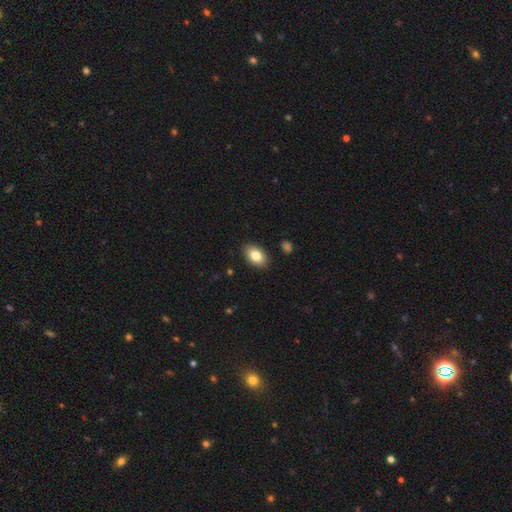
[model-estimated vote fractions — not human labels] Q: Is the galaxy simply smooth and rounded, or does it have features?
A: smooth — 83%.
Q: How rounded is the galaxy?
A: in between — 91%.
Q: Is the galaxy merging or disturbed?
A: none — 88%.